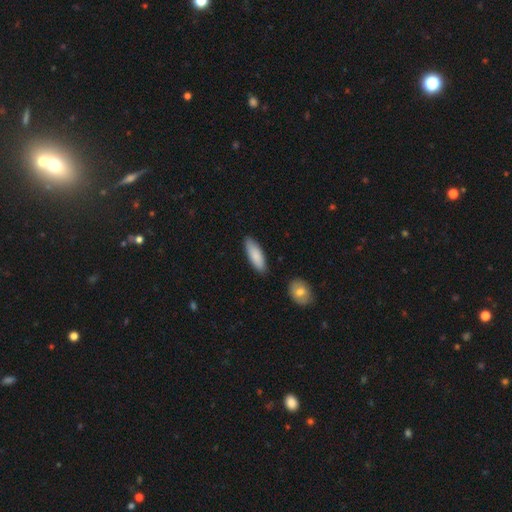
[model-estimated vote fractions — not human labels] Smooth or featured?
  - smooth: 86% *
  - featured or disk: 9%
  - star or artifact: 5%
How rounded?
  - in between: 63% *
  - cigar-shaped: 35%
  - round: 2%
Merging?
  - none: 83% *
  - minor disturbance: 12%
  - merger: 3%
  - major disturbance: 2%